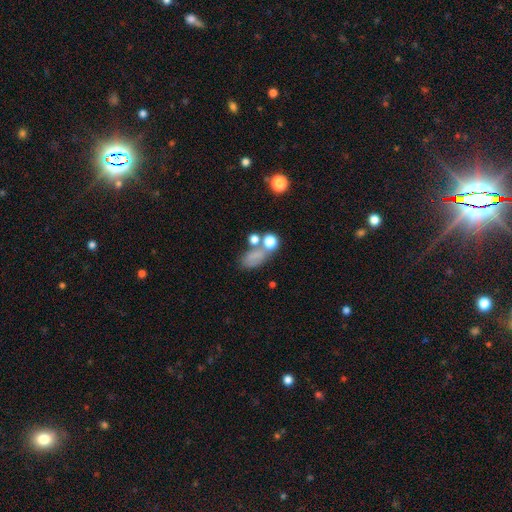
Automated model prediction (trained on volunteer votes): Smooth or featured: smooth — 65% (star or artifact — 19%)
How rounded: in between — 72% (round — 24%)
Merging: none — 40% (merger — 30%)